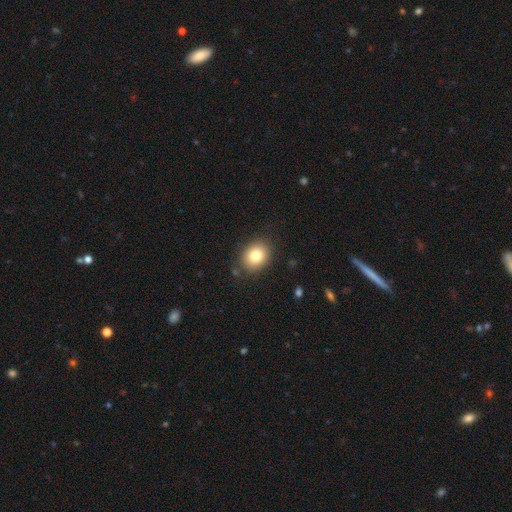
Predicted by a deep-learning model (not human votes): Smooth or featured? smooth (80%)
How rounded? round (56%)
Merging? none (86%)